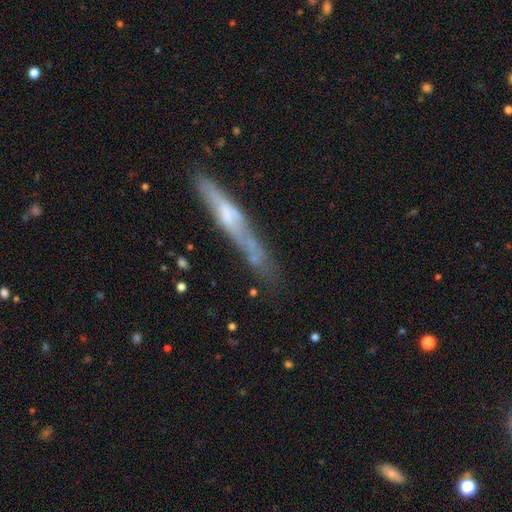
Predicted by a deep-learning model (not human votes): The model was most divided on "smooth or featured": featured or disk: 54%, smooth: 35%, star or artifact: 12%. More confident: edge-on disk — yes (78%); merging — none (65%).